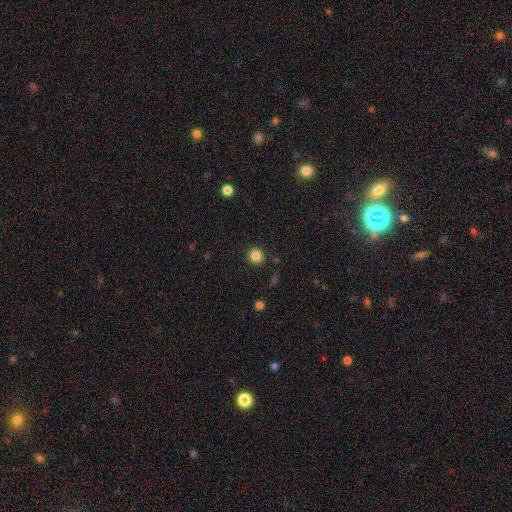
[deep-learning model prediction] This is clearly a smooth galaxy (85%). How rounded: clearly round (92%). Merging: clearly none (90%).